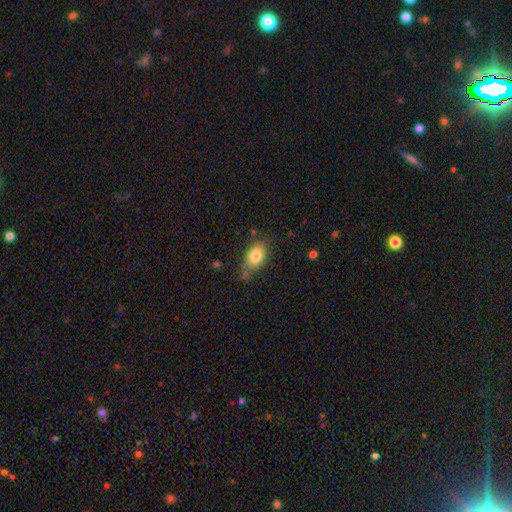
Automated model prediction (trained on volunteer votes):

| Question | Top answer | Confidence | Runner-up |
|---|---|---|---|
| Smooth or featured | smooth | 80% | featured or disk (12%) |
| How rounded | in between | 83% | round (14%) |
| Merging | none | 62% | minor disturbance (25%) |